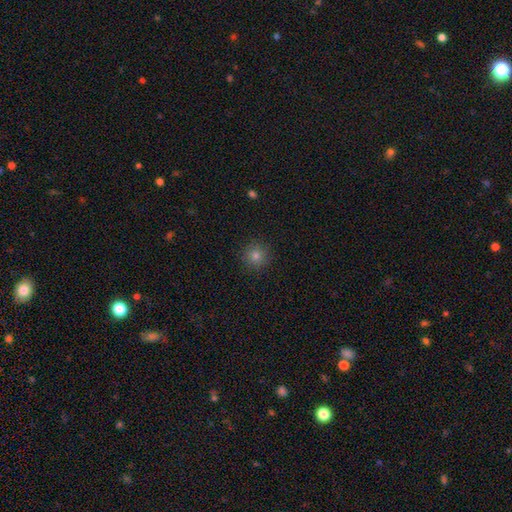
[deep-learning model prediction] Morphology: type=smooth (78%); roundness=round (95%); merging=none (91%).